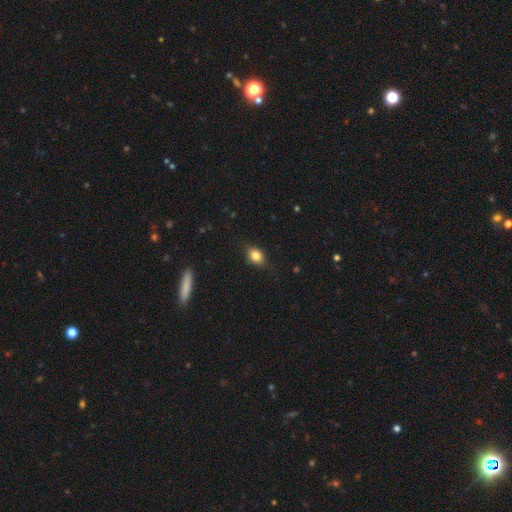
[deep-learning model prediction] Smooth or featured? smooth (82%)
How rounded? in between (58%)
Merging? none (79%)